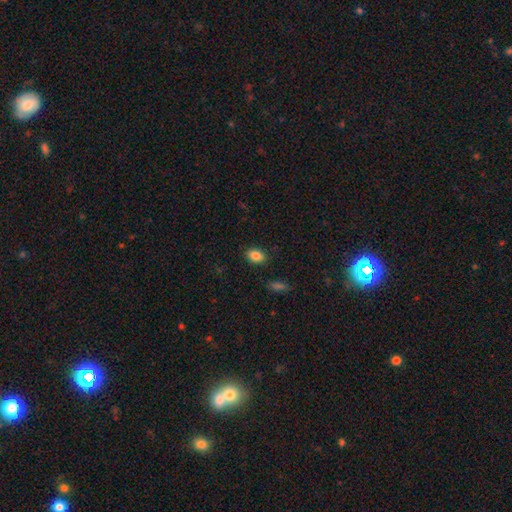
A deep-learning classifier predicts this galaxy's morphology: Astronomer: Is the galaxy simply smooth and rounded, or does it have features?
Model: smooth — 85%.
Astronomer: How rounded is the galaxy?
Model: in between — 79%.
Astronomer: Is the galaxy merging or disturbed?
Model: none — 87%.